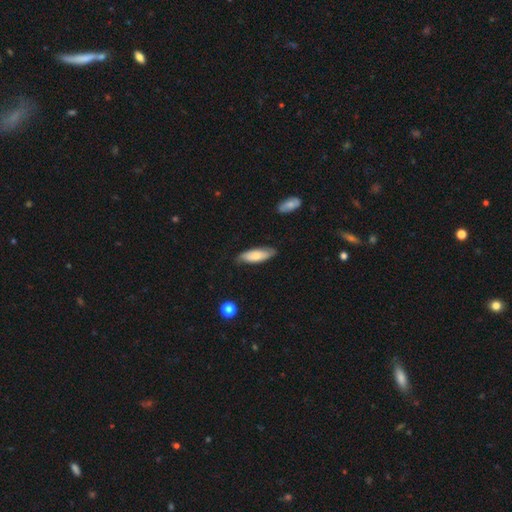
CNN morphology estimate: Q: Smooth or featured?
A: smooth (65%); runner-up: featured or disk (29%)
Q: How rounded?
A: in between (63%); runner-up: cigar-shaped (35%)
Q: Merging?
A: none (77%); runner-up: minor disturbance (19%)